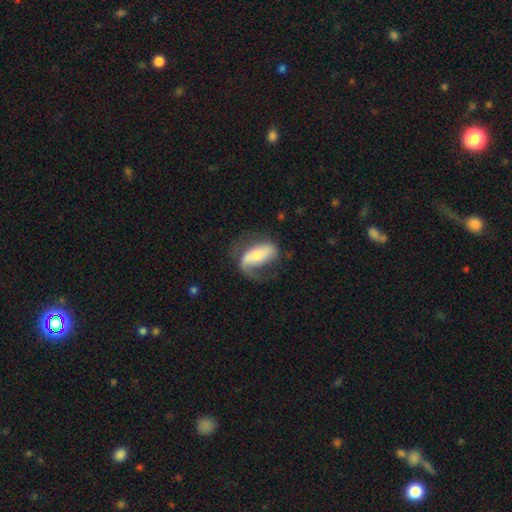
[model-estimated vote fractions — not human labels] A featured or disk galaxy (63%) with a strong bar (45%), spiral arms (81%) and a moderate central bulge (47%). Merging: none (48%).